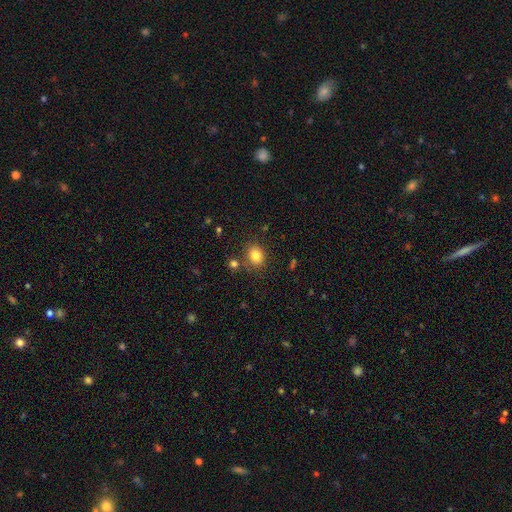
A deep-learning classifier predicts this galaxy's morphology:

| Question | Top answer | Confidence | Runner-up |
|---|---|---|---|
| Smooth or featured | smooth | 82% | star or artifact (11%) |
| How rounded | round | 54% | in between (45%) |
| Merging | none | 78% | minor disturbance (11%) |